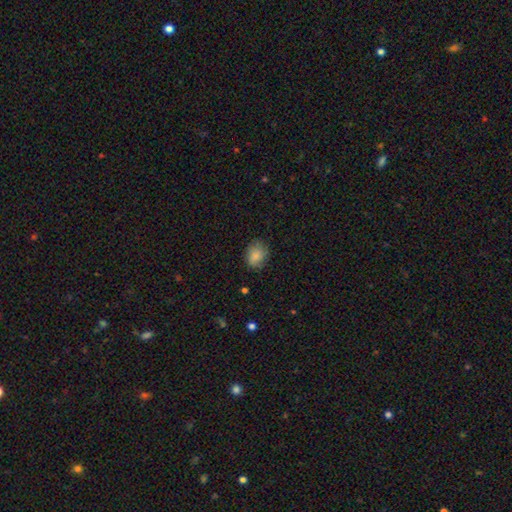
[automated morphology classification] This appears to be a smooth galaxy with no disk features (86%) that is in between round and cigar-shaped (51%). Merging: none (76%).